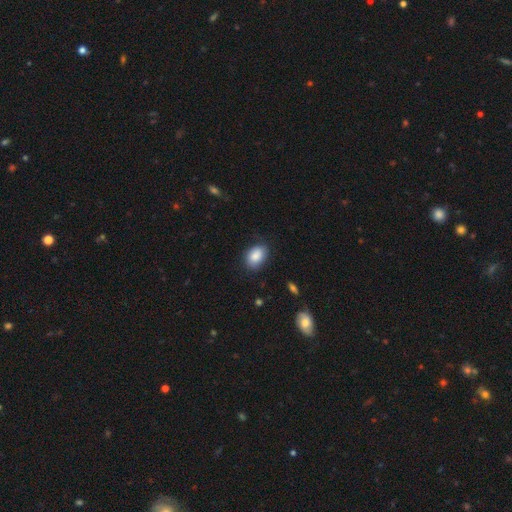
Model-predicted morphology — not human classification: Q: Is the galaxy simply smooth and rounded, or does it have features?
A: smooth — 87%.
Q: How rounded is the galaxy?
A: in between — 78%.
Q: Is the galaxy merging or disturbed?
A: none — 77%.